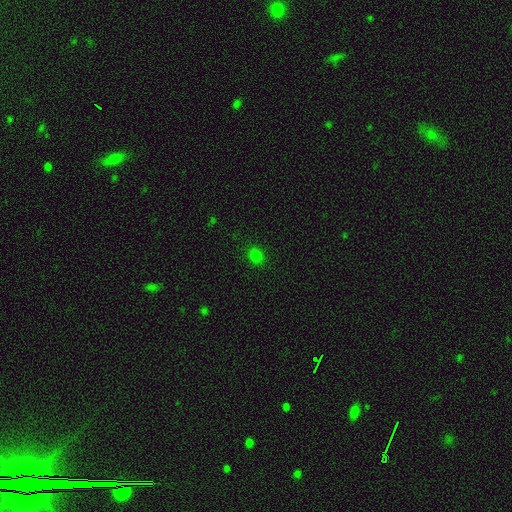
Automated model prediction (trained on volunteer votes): Overall: smooth (78%). How rounded: round (74%). Merging: none (89%).